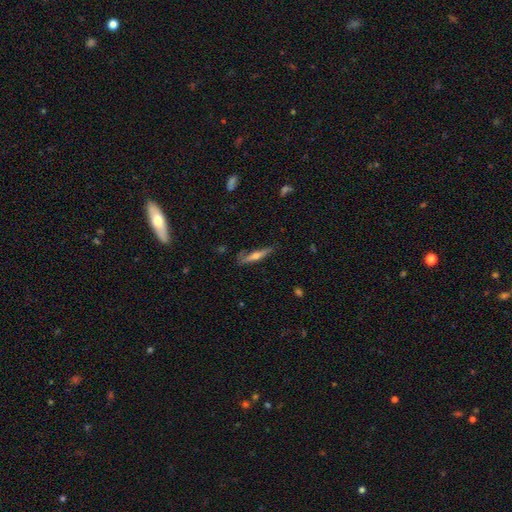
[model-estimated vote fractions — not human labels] smooth-or-featured: featured or disk: 55% | smooth: 39% | star or artifact: 6%
  disk-edge-on: yes: 93% | no: 7%
    edge-on-bulge: rounded: 85% | none: 9% | boxy: 5%
  merging: none: 77% | minor disturbance: 17% | major disturbance: 4% | merger: 2%